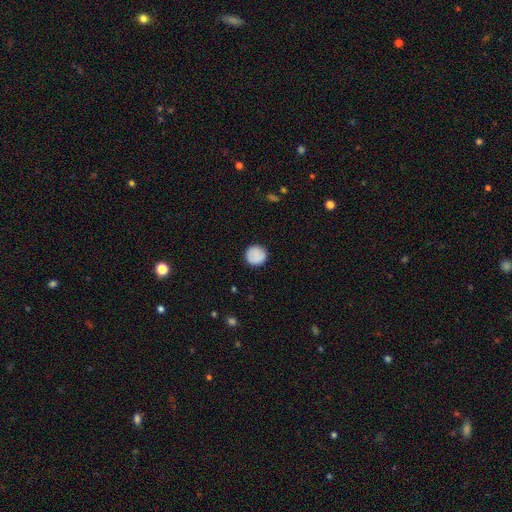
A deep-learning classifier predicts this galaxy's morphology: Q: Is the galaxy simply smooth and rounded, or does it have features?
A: smooth — 88%.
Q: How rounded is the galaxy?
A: round — 94%.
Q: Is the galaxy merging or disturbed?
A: none — 90%.